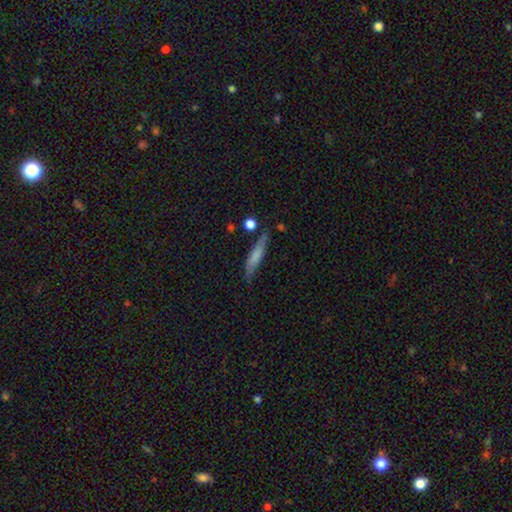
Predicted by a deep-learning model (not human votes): Overall: smooth (67%). How rounded: cigar-shaped (85%). Merging: none (69%).